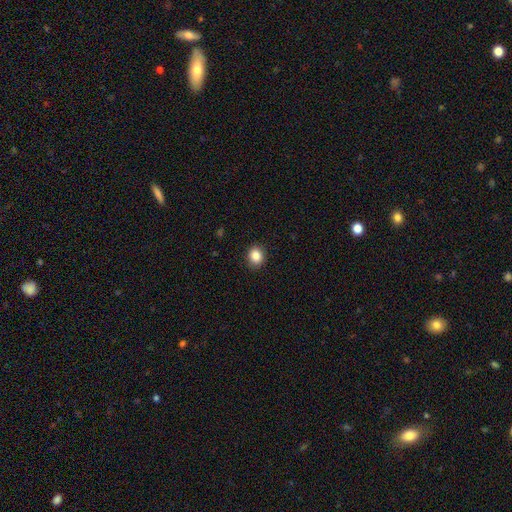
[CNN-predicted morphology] smooth 86%, star or artifact 10%, featured or disk 4%. Down the decision tree: how rounded — round (67%); merging — none (90%).